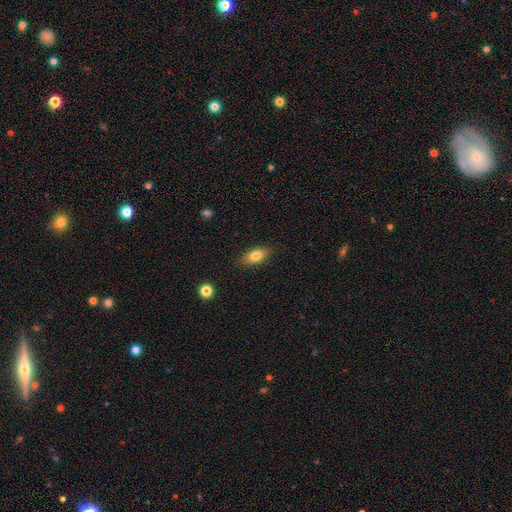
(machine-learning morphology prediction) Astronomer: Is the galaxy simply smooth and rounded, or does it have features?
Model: smooth — 80%.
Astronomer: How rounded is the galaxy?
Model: in between — 86%.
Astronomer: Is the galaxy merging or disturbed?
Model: none — 86%.